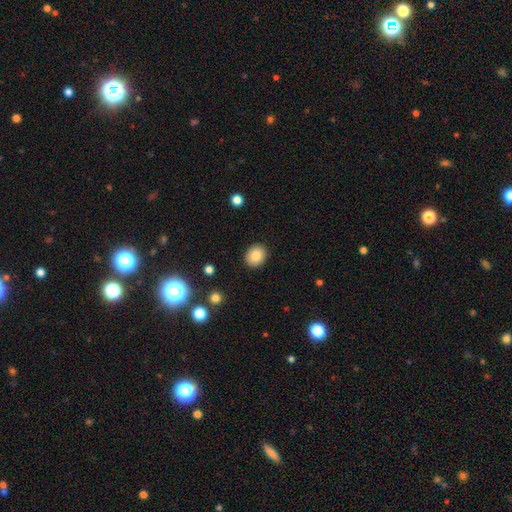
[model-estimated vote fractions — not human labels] Smooth or featured?
  - smooth: 86% *
  - star or artifact: 9%
  - featured or disk: 6%
How rounded?
  - round: 64% *
  - in between: 36%
  - cigar-shaped: 1%
Merging?
  - none: 90% *
  - minor disturbance: 7%
  - major disturbance: 2%
  - merger: 1%